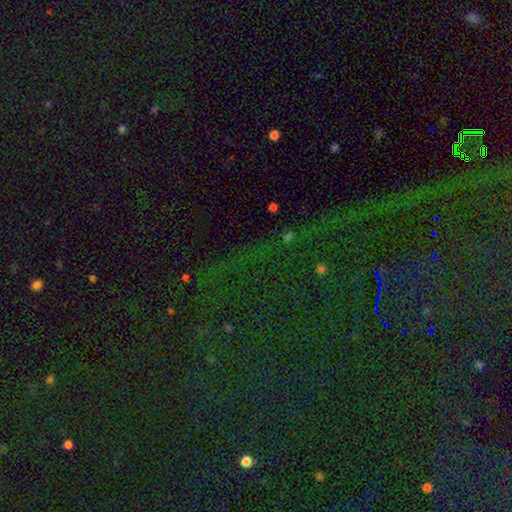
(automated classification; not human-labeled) Q: Smooth or featured?
A: star or artifact (80%); runner-up: smooth (11%)